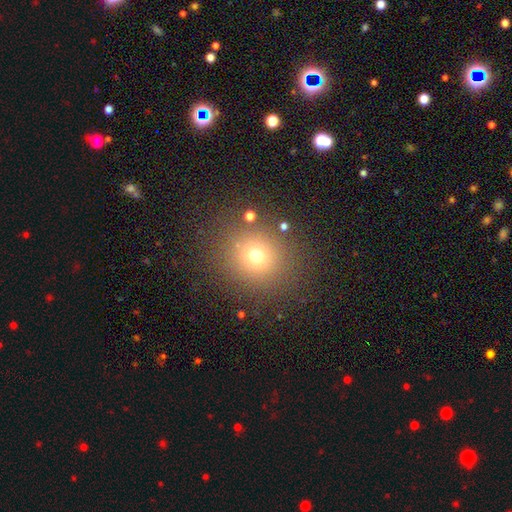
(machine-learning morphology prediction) Smooth or featured? Predicted: smooth (p=0.69). How rounded? Predicted: round (p=0.88). Merging? Predicted: none (p=0.84).